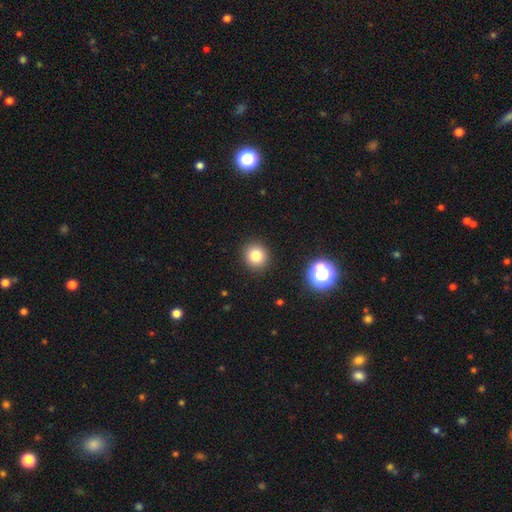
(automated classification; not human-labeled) Smooth or featured?
  - smooth: 80% *
  - star or artifact: 13%
  - featured or disk: 7%
How rounded?
  - round: 89% *
  - in between: 10%
  - cigar-shaped: 1%
Merging?
  - none: 91% *
  - minor disturbance: 6%
  - major disturbance: 2%
  - merger: 1%